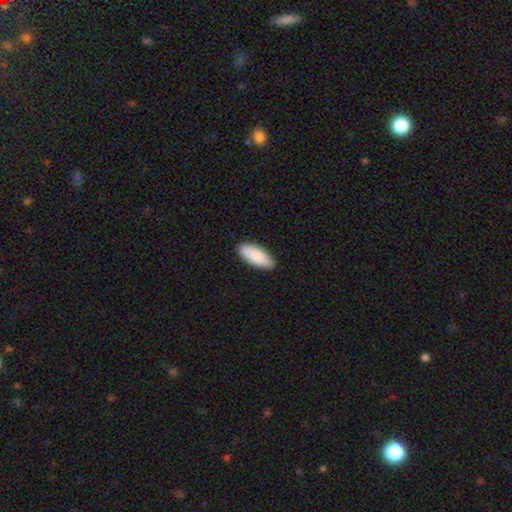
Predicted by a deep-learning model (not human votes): The model was most divided on "how rounded": in between: 82%, cigar-shaped: 16%, round: 2%. More confident: smooth or featured — smooth (88%); merging — none (87%).